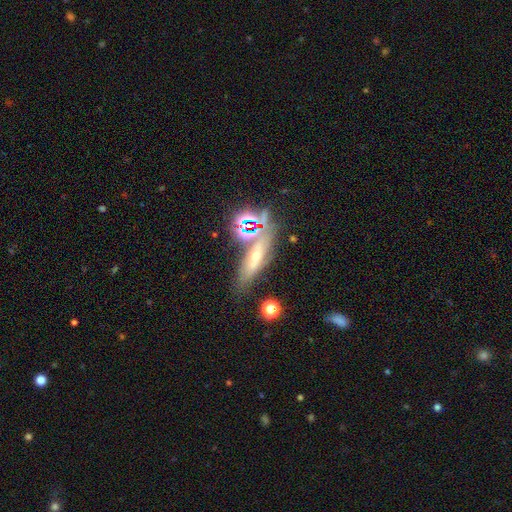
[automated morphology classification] Overall: smooth (36%; star or artifact 33%). Merging: none (63%).